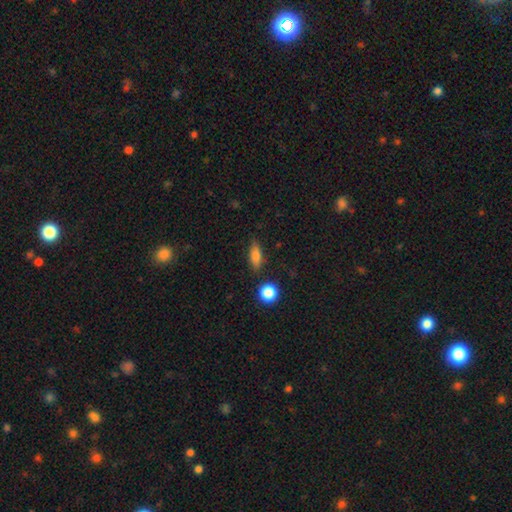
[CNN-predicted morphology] smooth_or_featured: smooth (p=0.79) [alt: featured or disk p=0.12]
how_rounded: in between (p=0.69) [alt: cigar-shaped p=0.23]
merging: none (p=0.78) [alt: minor disturbance p=0.15]